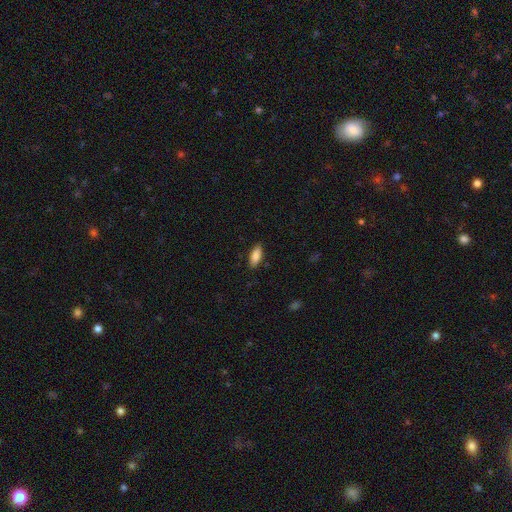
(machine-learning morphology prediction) Overall: smooth (84%). How rounded: in between (79%). Merging: none (87%).